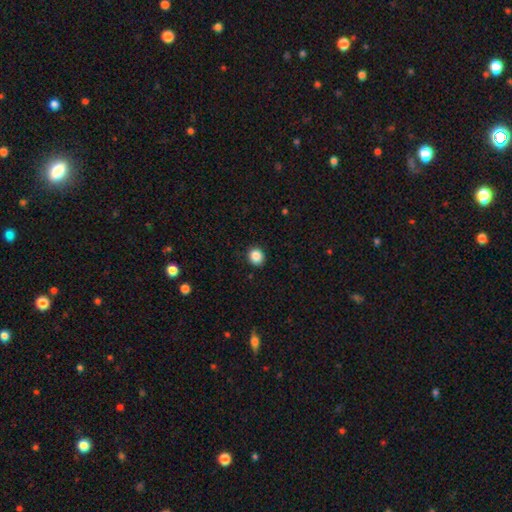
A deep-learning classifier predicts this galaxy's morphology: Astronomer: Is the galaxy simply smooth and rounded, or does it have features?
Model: smooth — 87%.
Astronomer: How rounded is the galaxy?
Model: round — 82%.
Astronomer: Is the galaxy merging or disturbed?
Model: none — 91%.